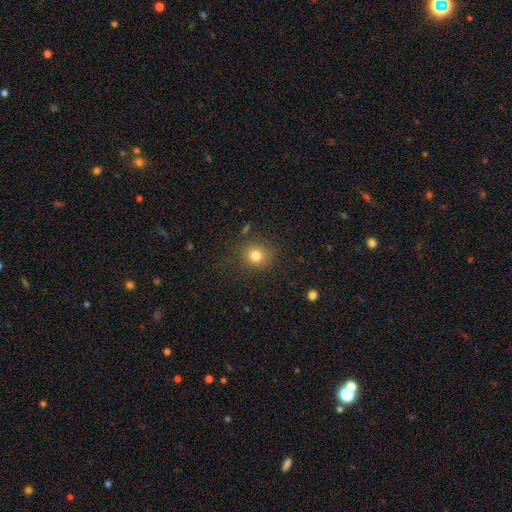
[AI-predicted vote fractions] The model was most divided on "smooth or featured": smooth: 80%, star or artifact: 13%, featured or disk: 7%. More confident: merging — none (83%); how rounded — round (83%).